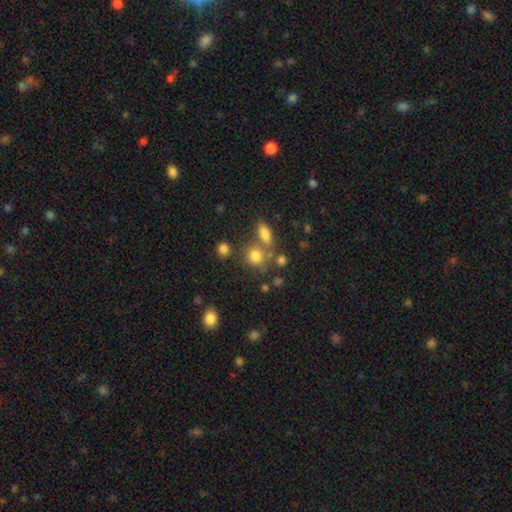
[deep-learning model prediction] Overall: smooth (77%). How rounded: round (77%). Merging: none (58%; merger 25%).